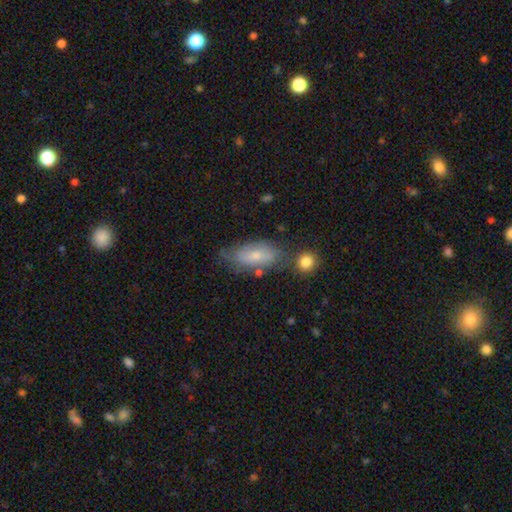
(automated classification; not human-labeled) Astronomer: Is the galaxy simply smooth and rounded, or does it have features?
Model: smooth — 65%.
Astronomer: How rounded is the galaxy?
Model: in between — 82%.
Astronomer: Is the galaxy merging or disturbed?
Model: none — 56%.